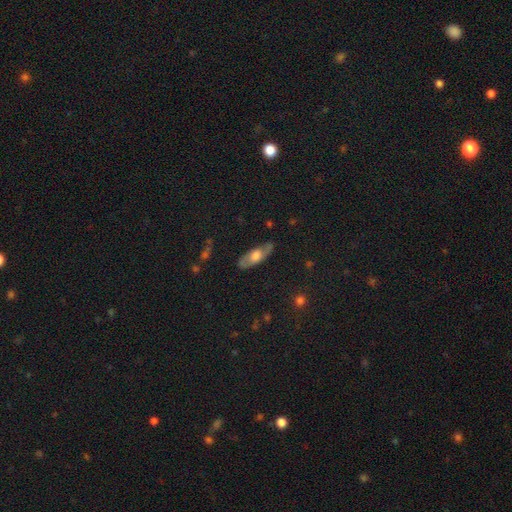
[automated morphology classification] type=smooth (51%); roundness=in between (68%); merging=none (76%).